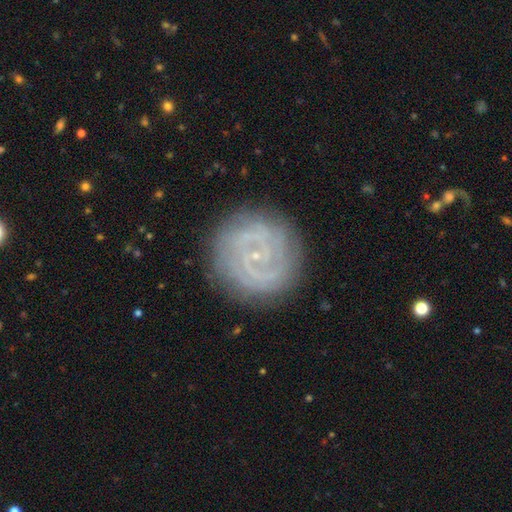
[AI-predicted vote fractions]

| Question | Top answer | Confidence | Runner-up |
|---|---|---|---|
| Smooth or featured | featured or disk | 78% | smooth (14%) |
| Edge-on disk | no | 98% | yes (2%) |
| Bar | no | 56% | weak (33%) |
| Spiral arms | yes | 93% | no (7%) |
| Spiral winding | tight | 72% | medium (22%) |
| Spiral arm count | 2 | 35% | can't tell (28%) |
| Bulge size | small | 85% | none (7%) |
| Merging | none | 84% | minor disturbance (11%) |